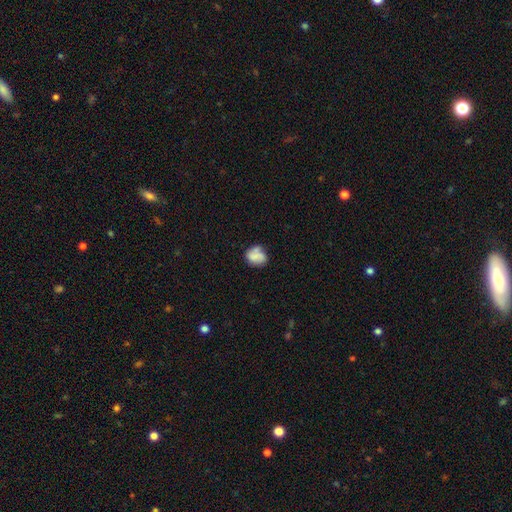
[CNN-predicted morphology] This is likely a smooth galaxy (63%). How rounded: possibly round (56%). Merging: possibly none (53%).